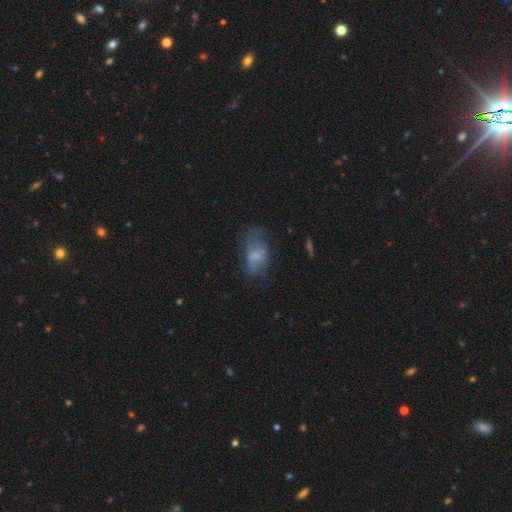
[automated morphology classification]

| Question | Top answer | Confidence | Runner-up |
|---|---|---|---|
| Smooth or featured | smooth | 54% | featured or disk (34%) |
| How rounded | in between | 88% | round (8%) |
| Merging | none | 41% | minor disturbance (27%) |